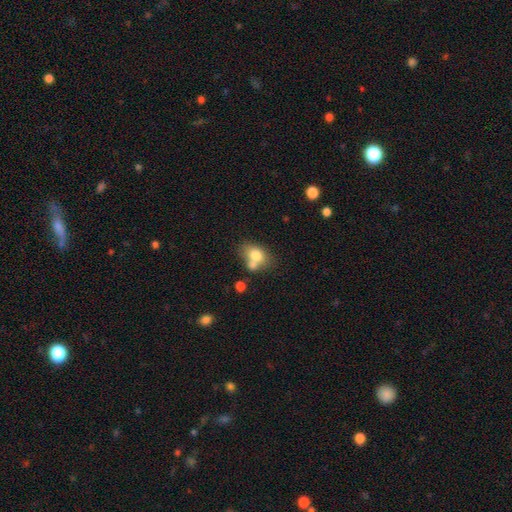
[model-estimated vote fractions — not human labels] Overall: smooth (75%). How rounded: in between (67%; round 32%). Merging: none (40%; merger 39%).